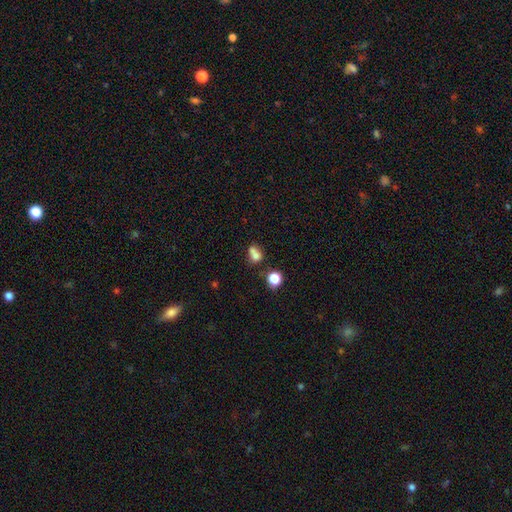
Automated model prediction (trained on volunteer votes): Morphology: type=smooth (74%); roundness=round (57%); merging=merger (49%).